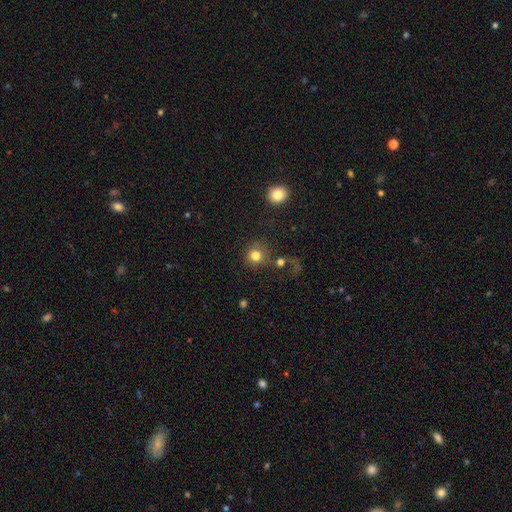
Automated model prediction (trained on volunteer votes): smooth 79%, star or artifact 12%, featured or disk 8%. Down the decision tree: how rounded — round (88%); merging — none (60%).